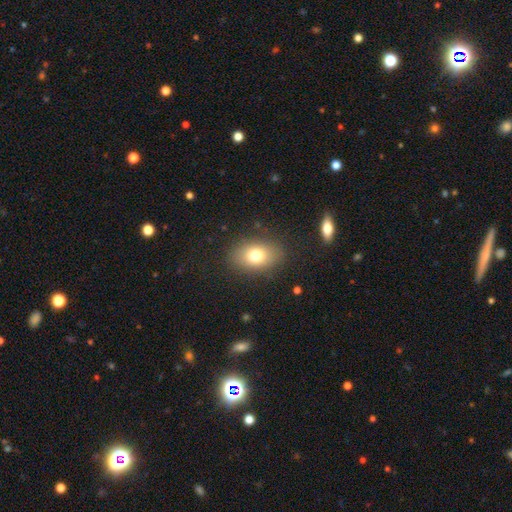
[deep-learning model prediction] Smooth or featured?
  - smooth: 75% *
  - featured or disk: 14%
  - star or artifact: 11%
How rounded?
  - in between: 77% *
  - round: 22%
  - cigar-shaped: 1%
Merging?
  - none: 85% *
  - minor disturbance: 10%
  - major disturbance: 4%
  - merger: 1%